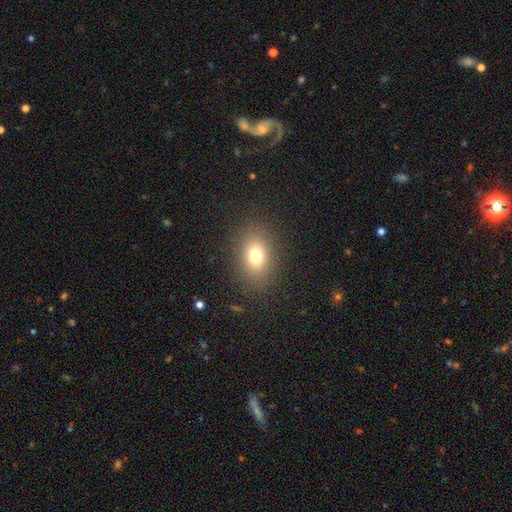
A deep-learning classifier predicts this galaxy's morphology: Smooth or featured: smooth — 75% (star or artifact — 14%)
How rounded: in between — 68% (round — 31%)
Merging: none — 86% (minor disturbance — 9%)